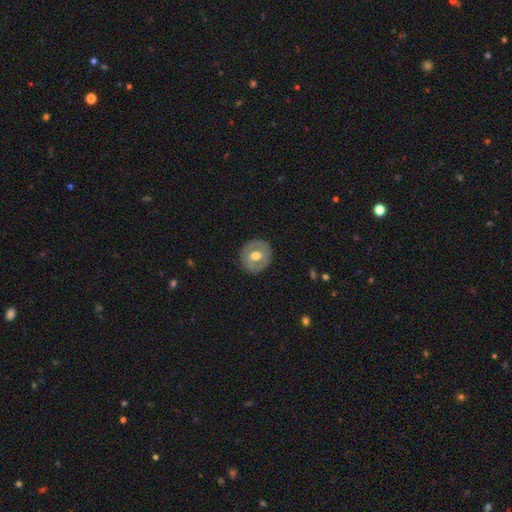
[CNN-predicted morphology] Q: Smooth or featured?
A: smooth (49%); runner-up: featured or disk (45%)
Q: Merging?
A: none (86%); runner-up: minor disturbance (10%)